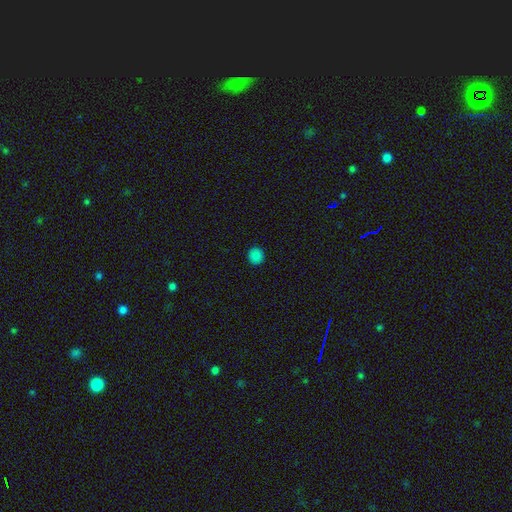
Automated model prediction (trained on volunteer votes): The model was most divided on "smooth or featured": smooth: 85%, star or artifact: 13%, featured or disk: 3%. More confident: merging — none (92%); how rounded — round (88%).